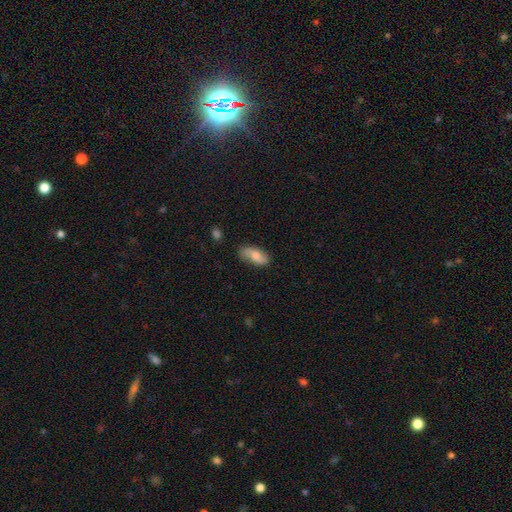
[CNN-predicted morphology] smooth-or-featured: smooth: 66% | featured or disk: 28% | star or artifact: 7%
  how-rounded: in between: 86% | cigar-shaped: 11% | round: 3%
  merging: none: 75% | minor disturbance: 19% | major disturbance: 4% | merger: 2%